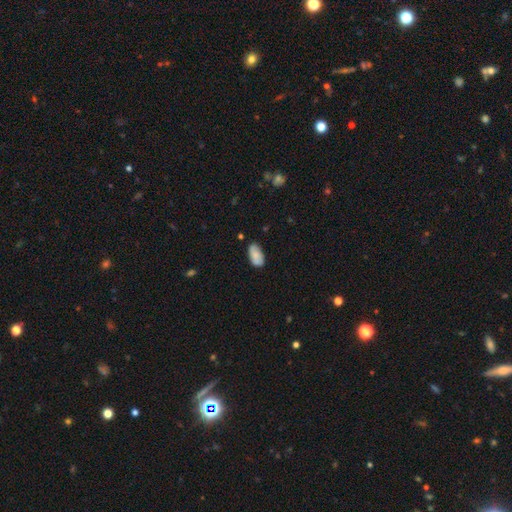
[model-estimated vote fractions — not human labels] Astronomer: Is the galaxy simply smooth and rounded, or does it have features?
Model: smooth — 80%.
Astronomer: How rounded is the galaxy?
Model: in between — 94%.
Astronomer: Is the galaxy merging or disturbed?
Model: none — 73%.